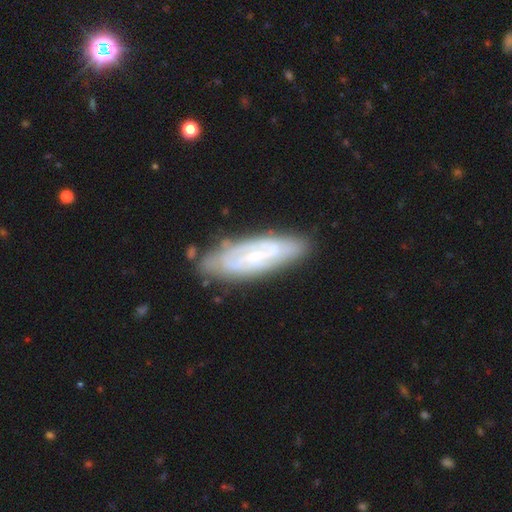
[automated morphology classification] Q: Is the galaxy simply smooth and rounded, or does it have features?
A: featured or disk — 75%.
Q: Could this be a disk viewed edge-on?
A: no — 83%.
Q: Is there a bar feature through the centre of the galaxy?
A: no — 46%.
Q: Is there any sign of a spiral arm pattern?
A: yes — 80%.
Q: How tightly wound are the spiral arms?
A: tight — 62%.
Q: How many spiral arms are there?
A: can't tell — 49%.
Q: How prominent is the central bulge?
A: small — 65%.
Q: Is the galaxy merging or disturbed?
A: none — 73%.